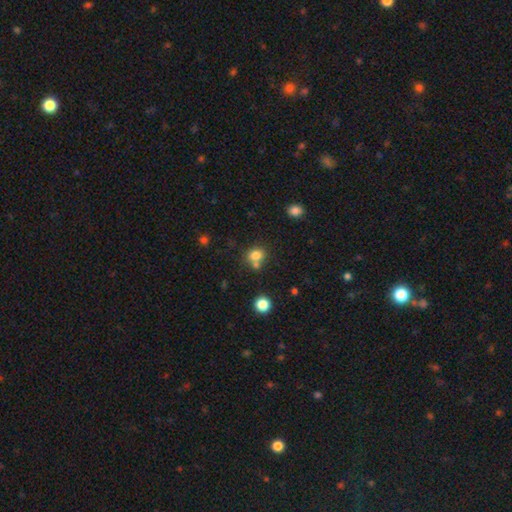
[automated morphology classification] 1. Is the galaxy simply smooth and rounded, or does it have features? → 78% smooth, 13% star or artifact, 8% featured or disk.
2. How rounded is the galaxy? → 69% round, 30% in between, 1% cigar-shaped.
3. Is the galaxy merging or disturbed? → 55% none, 31% merger, 10% minor disturbance, 4% major disturbance.